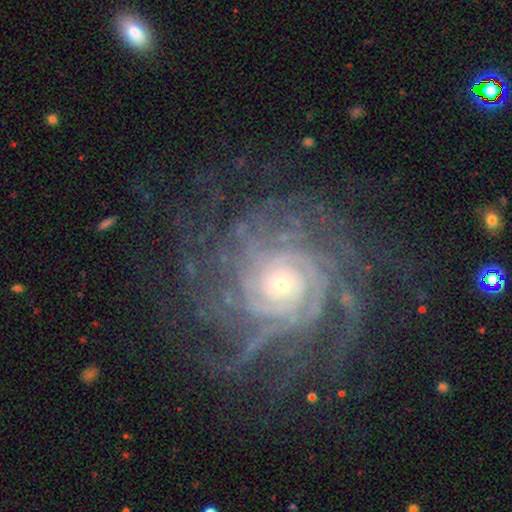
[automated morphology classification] smooth-or-featured: featured or disk: 89% | star or artifact: 6% | smooth: 5%
  disk-edge-on: no: 97% | yes: 3%
    bar: no: 76% | weak: 17% | strong: 7%
    has-spiral-arms: yes: 98% | no: 2%
      spiral-winding: tight: 77% | medium: 19% | loose: 4%
      spiral-arm-count: more than 4: 29% | can't tell: 26% | 4: 17% | 3: 11% | 2: 10% | 1: 8%
    bulge-size: small: 66% | moderate: 29% | large: 3% | none: 1% | dominant: 1%
  merging: none: 75% | minor disturbance: 13% | major disturbance: 10% | merger: 1%